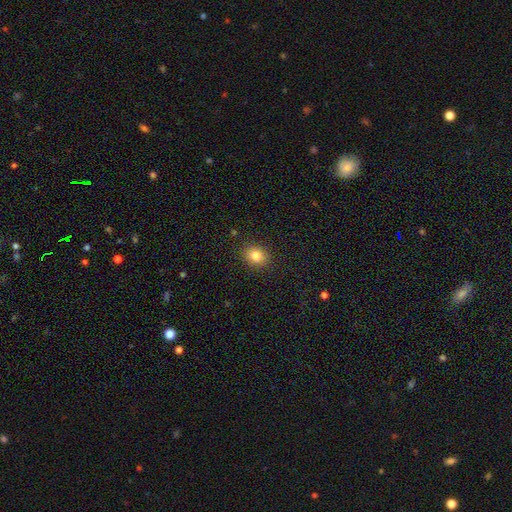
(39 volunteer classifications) This appears to be a smooth galaxy with no disk features (77%) that is round (57%). Merging: none (95%).